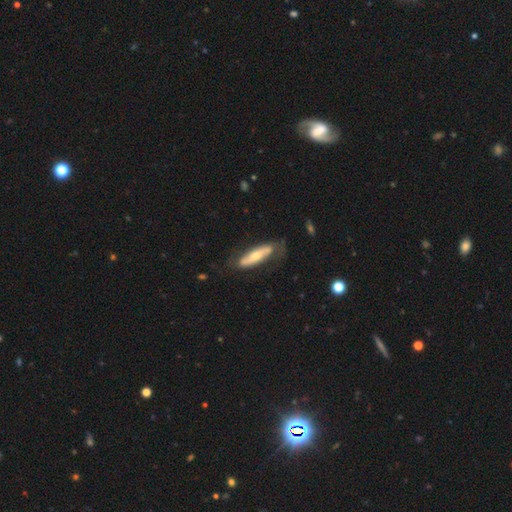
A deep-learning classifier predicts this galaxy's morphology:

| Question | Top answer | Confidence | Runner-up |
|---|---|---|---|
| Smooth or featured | featured or disk | 56% | smooth (39%) |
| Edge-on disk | no | 58% | yes (42%) |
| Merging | none | 64% | minor disturbance (24%) |